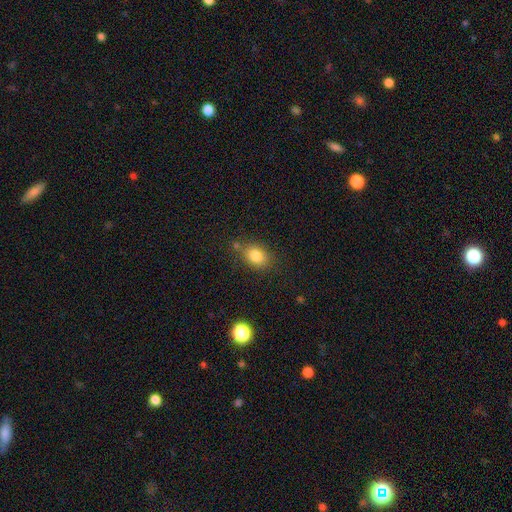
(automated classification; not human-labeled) Q: Smooth or featured?
A: smooth (82%); runner-up: star or artifact (11%)
Q: How rounded?
A: in between (62%); runner-up: round (37%)
Q: Merging?
A: none (74%); runner-up: minor disturbance (15%)